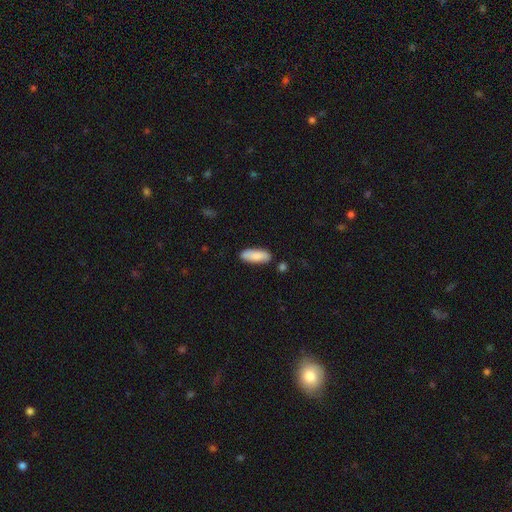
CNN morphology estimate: This is clearly a smooth galaxy (85%). How rounded: likely in between (66%). Merging: clearly none (83%).